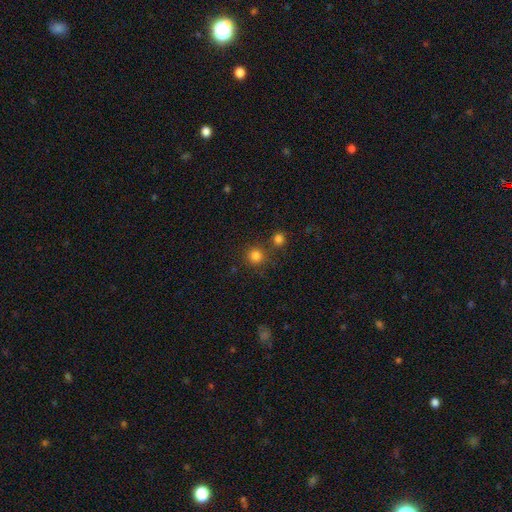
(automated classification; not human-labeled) This is clearly a smooth galaxy (80%). How rounded: clearly round (93%). Merging: likely none (77%).